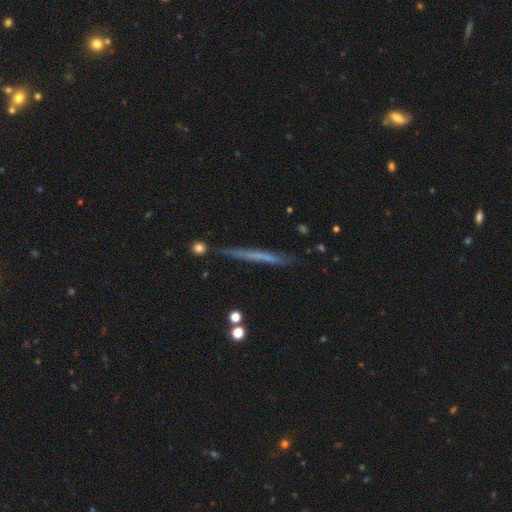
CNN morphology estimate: A featured or disk galaxy (48%). Merging: none (82%).